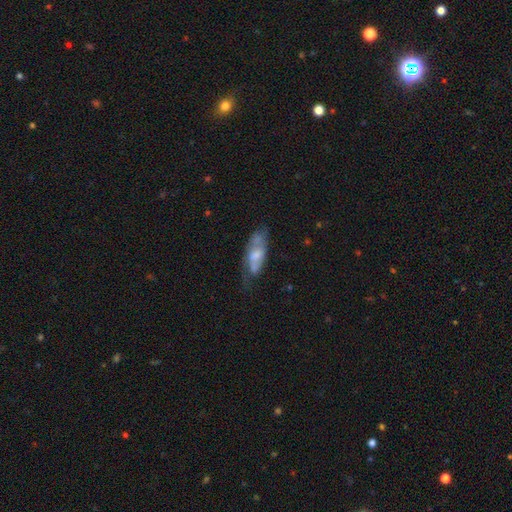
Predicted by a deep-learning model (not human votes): This appears to be a featured or disk galaxy (49%). Merging: none (47%).